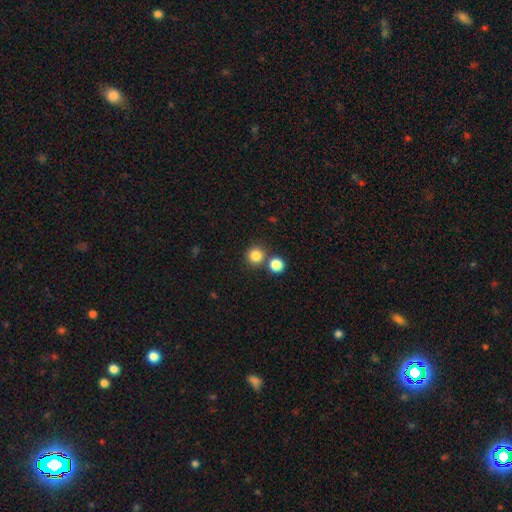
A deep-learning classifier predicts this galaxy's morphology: type=smooth (83%); roundness=round (93%); merging=none (74%).